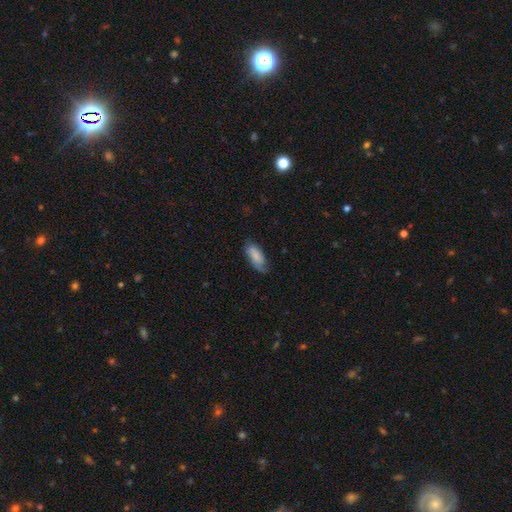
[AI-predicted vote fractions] This is likely a smooth galaxy (72%). How rounded: clearly in between (83%). Merging: possibly none (57%).